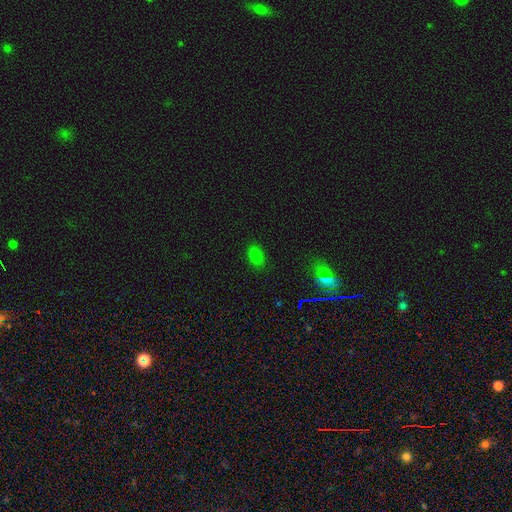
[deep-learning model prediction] This is likely a smooth galaxy (79%). How rounded: clearly in between (86%). Merging: clearly none (85%).